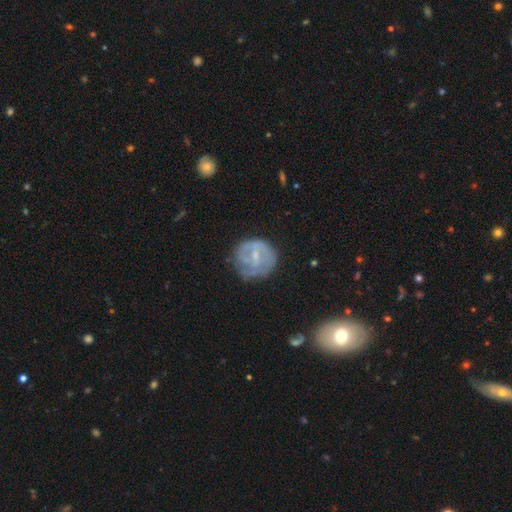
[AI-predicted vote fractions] Smooth or featured? Predicted: featured or disk (p=0.60). Edge-on disk? Predicted: no (p=0.97). Bar? Predicted: weak (p=0.53). Spiral arms? Predicted: yes (p=0.61). Bulge size? Predicted: small (p=0.56). Merging? Predicted: none (p=0.61).